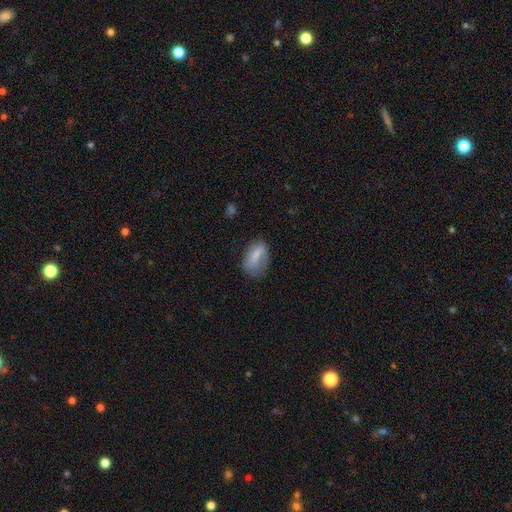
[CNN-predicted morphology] Smooth or featured? Predicted: smooth (p=0.72). How rounded? Predicted: in between (p=0.86). Merging? Predicted: none (p=0.60).